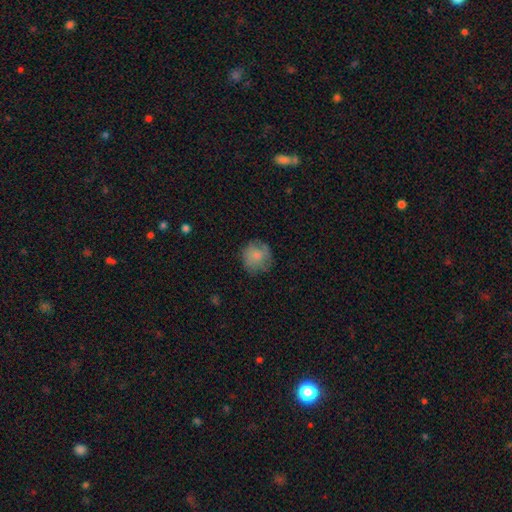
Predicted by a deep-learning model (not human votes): Smooth or featured: smooth — 76% (featured or disk — 15%)
How rounded: round — 88% (in between — 11%)
Merging: none — 70% (minor disturbance — 21%)